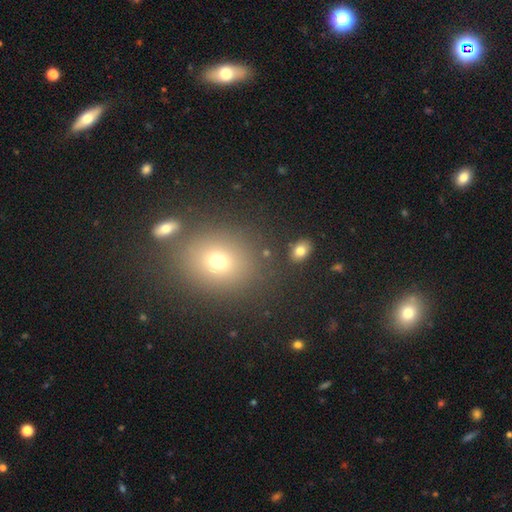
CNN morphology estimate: The model was most divided on "how rounded": round: 62%, in between: 36%, cigar-shaped: 1%. More confident: merging — none (84%); smooth or featured — smooth (60%).